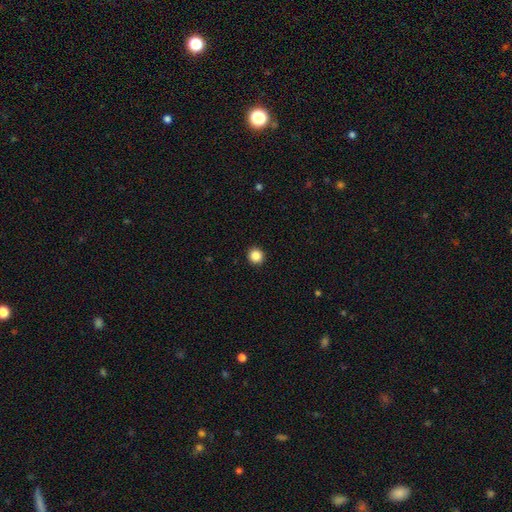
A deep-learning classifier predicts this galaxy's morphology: smooth_or_featured: smooth (p=0.87) [alt: star or artifact p=0.10]
how_rounded: round (p=0.95) [alt: in between p=0.04]
merging: none (p=0.94) [alt: minor disturbance p=0.04]